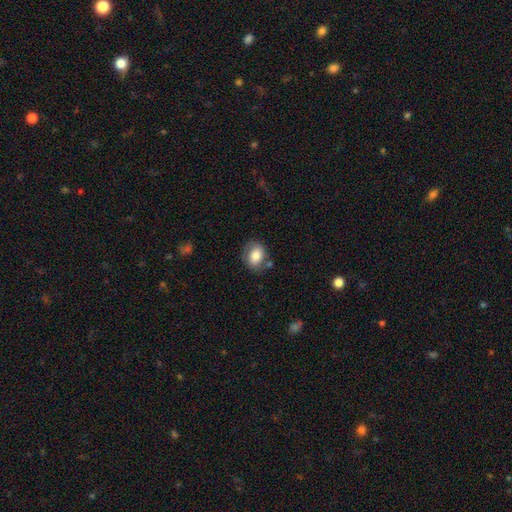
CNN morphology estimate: Smooth or featured: smooth — 75% (featured or disk — 17%)
How rounded: in between — 53% (round — 46%)
Merging: none — 68% (minor disturbance — 18%)